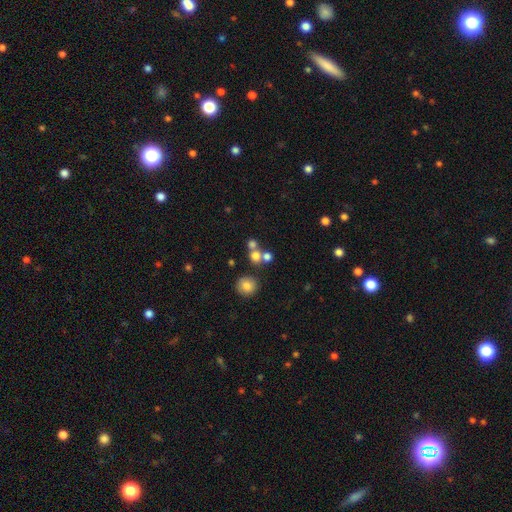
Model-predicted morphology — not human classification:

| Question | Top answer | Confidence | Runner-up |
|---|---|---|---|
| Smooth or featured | smooth | 72% | star or artifact (16%) |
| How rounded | round | 84% | in between (14%) |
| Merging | none | 47% | merger (41%) |